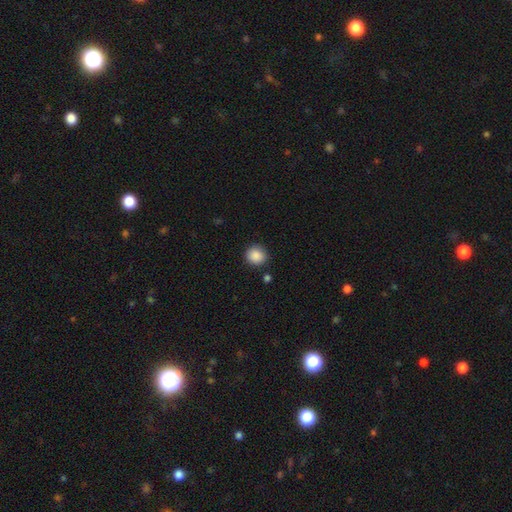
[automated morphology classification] This appears to be a smooth galaxy with no disk features (88%) that is round (88%). Merging: none (86%).